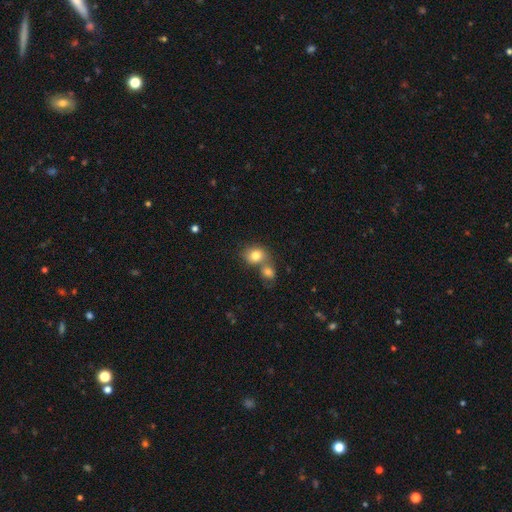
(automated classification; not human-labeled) Morphology: type=smooth (80%); roundness=round (63%); merging=merger (49%).